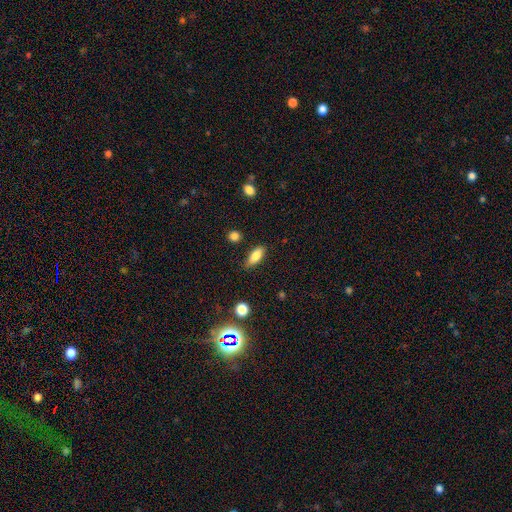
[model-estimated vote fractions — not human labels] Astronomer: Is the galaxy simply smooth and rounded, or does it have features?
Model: smooth — 81%.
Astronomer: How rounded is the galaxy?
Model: in between — 74%.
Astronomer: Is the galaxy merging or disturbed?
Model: none — 79%.